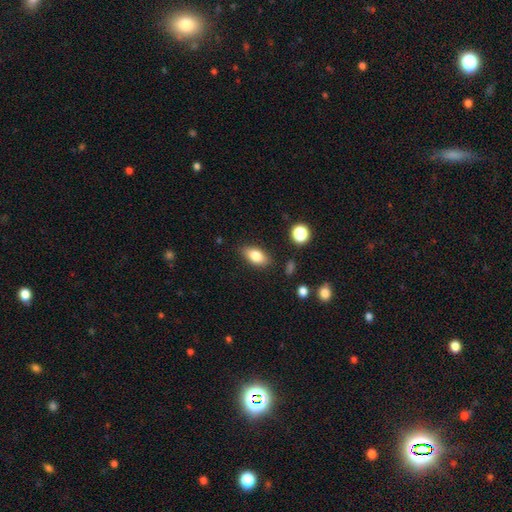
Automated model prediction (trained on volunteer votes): A smooth galaxy with no disk features (80%) that is in between round and cigar-shaped (87%). Merging: none (84%).